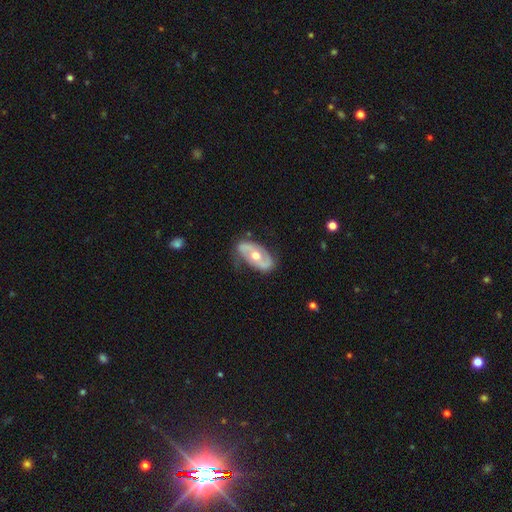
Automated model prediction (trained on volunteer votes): Smooth or featured: featured or disk — 74% (smooth — 21%)
Edge-on disk: no — 92% (yes — 8%)
Bar: no — 57% (weak — 26%)
Spiral arms: yes — 74% (no — 26%)
Spiral winding: medium — 38% (loose — 36%)
Spiral arm count: 2 — 83% (can't tell — 11%)
Bulge size: moderate — 76% (small — 17%)
Merging: none — 71% (minor disturbance — 21%)